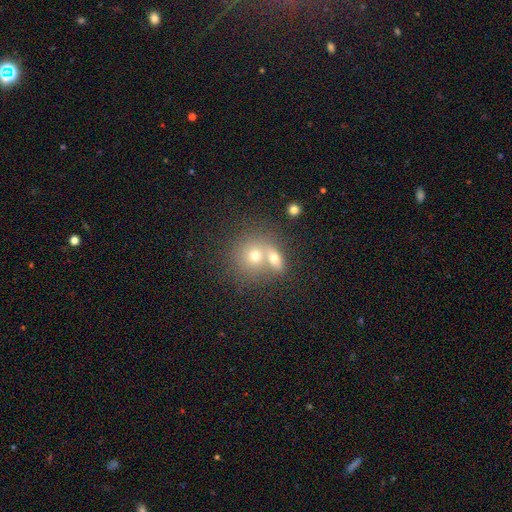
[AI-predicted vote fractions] Q: Smooth or featured?
A: smooth (65%); runner-up: featured or disk (22%)
Q: How rounded?
A: round (79%); runner-up: in between (20%)
Q: Merging?
A: merger (58%); runner-up: none (32%)